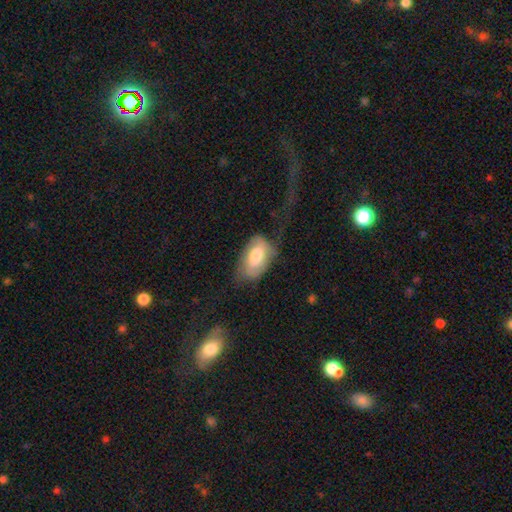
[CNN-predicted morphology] Smooth or featured? smooth (64%)
How rounded? in between (93%)
Merging? none (39%)